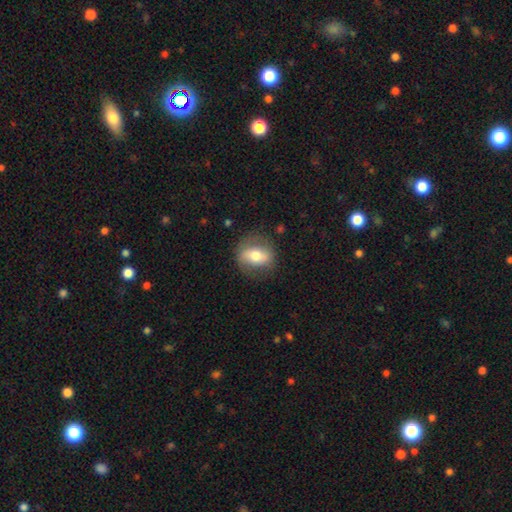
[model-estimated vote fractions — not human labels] Overall: smooth (52%; featured or disk 41%). How rounded: in between (50%; round 47%). Merging: none (76%).